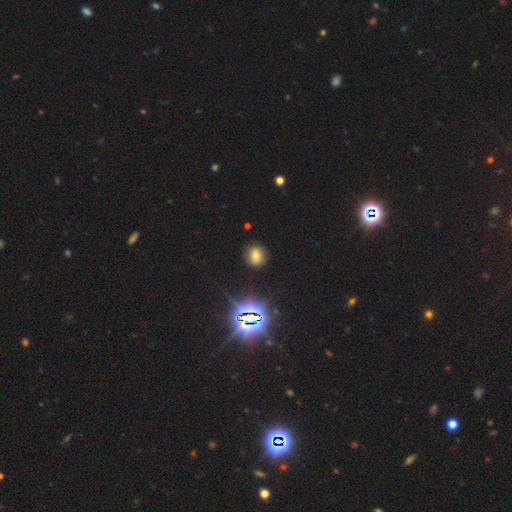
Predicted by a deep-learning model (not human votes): A smooth galaxy with no disk features (63%) that is round (75%). Merging: none (87%).